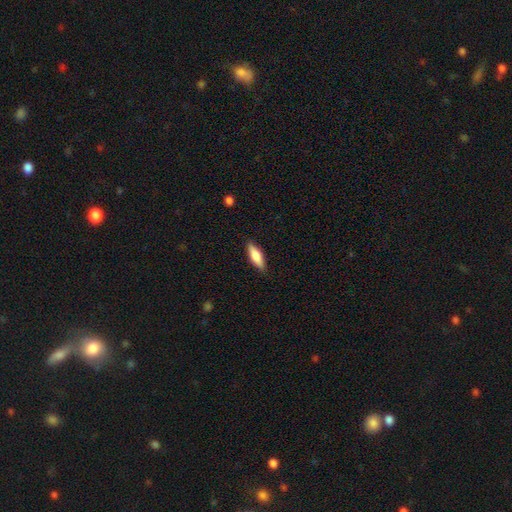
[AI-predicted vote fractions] Overall: smooth (76%). How rounded: in between (52%; cigar-shaped 46%). Merging: none (86%).